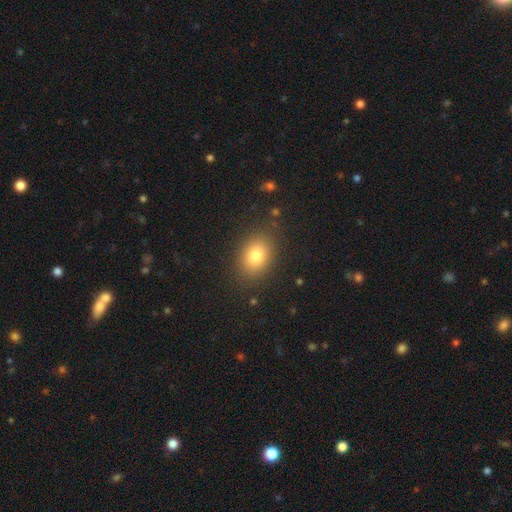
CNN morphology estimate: smooth-or-featured: smooth: 80% | star or artifact: 11% | featured or disk: 9%
  how-rounded: in between: 71% | round: 28% | cigar-shaped: 1%
  merging: none: 86% | minor disturbance: 9% | major disturbance: 3% | merger: 1%